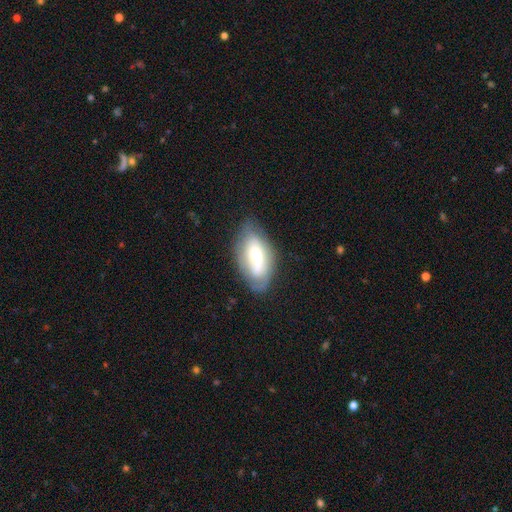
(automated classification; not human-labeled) featured or disk 47%, smooth 46%, star or artifact 7%. Down the decision tree: merging — none (66%).